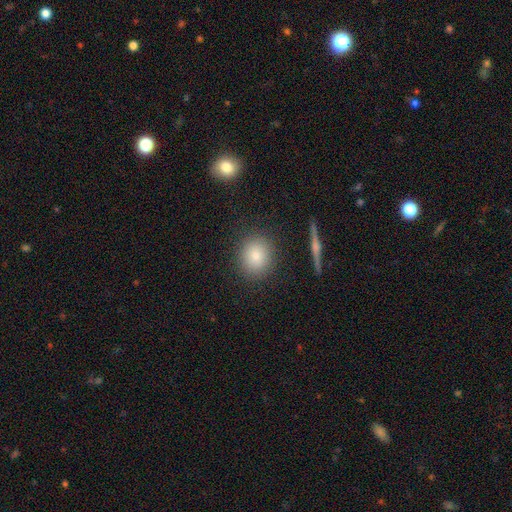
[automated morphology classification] smooth-or-featured: smooth: 81% | featured or disk: 10% | star or artifact: 10%
  how-rounded: round: 77% | in between: 22% | cigar-shaped: 2%
  merging: none: 87% | minor disturbance: 8% | major disturbance: 3% | merger: 2%